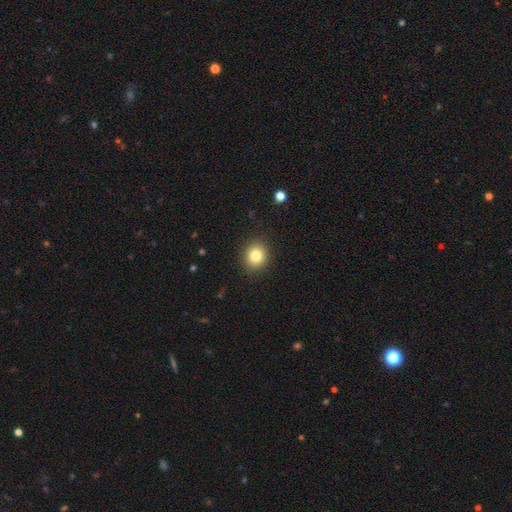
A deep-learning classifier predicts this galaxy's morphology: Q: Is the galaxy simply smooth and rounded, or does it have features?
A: smooth — 82%.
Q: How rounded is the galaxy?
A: round — 73%.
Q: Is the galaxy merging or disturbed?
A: none — 89%.